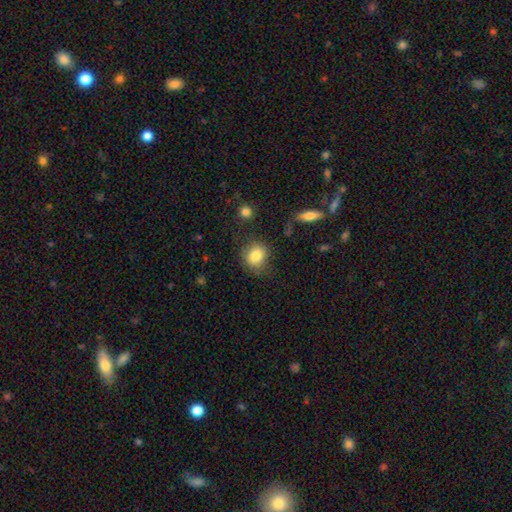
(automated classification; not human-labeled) The model was most divided on "how rounded": round: 65%, in between: 34%, cigar-shaped: 1%. More confident: smooth or featured — smooth (82%); merging — none (75%).